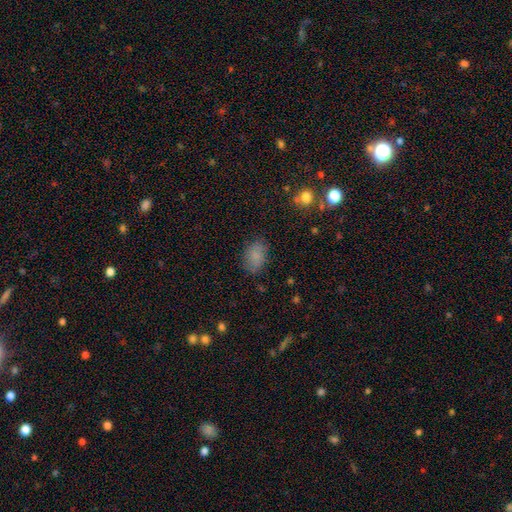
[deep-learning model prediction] Smooth or featured: smooth — 81% (star or artifact — 10%)
How rounded: in between — 82% (round — 16%)
Merging: none — 79% (minor disturbance — 15%)